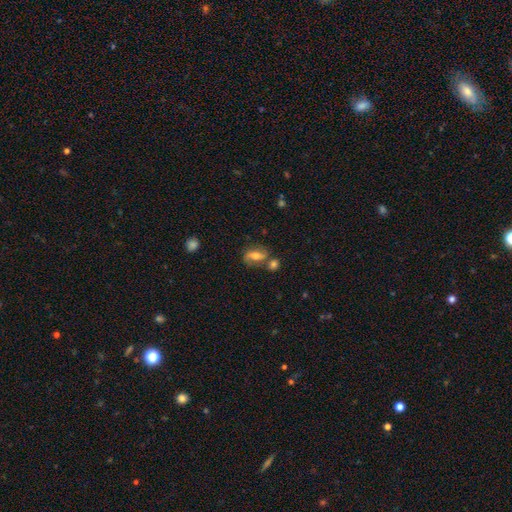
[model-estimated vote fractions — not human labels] Smooth or featured? featured or disk (50%)
Edge-on disk? no (88%)
Merging? none (57%)